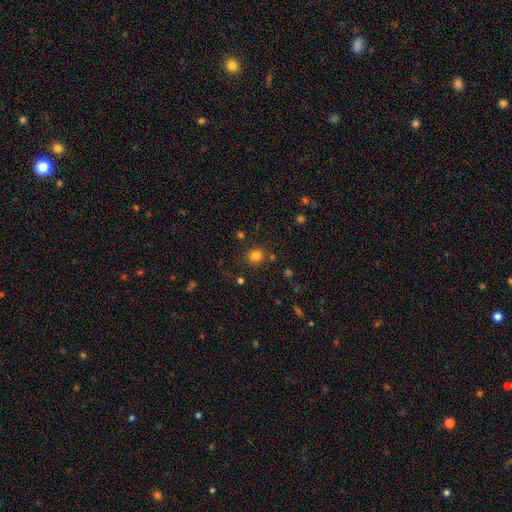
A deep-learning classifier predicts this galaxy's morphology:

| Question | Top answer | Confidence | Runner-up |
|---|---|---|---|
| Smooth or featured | smooth | 81% | star or artifact (14%) |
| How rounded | round | 92% | in between (7%) |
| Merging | none | 86% | minor disturbance (7%) |